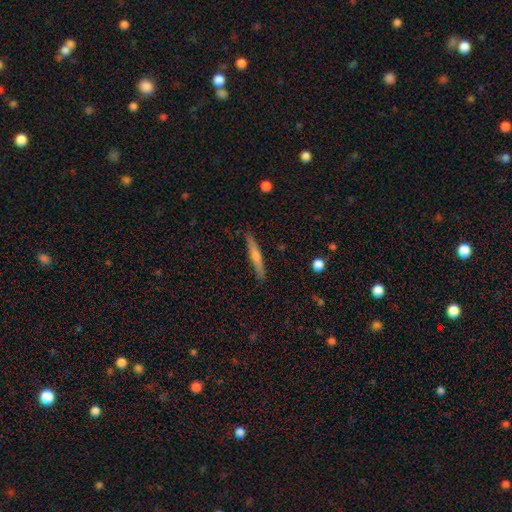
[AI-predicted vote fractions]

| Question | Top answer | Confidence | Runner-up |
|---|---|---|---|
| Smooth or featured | featured or disk | 58% | smooth (35%) |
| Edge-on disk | yes | 96% | no (4%) |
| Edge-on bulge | rounded | 77% | none (18%) |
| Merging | none | 89% | minor disturbance (8%) |